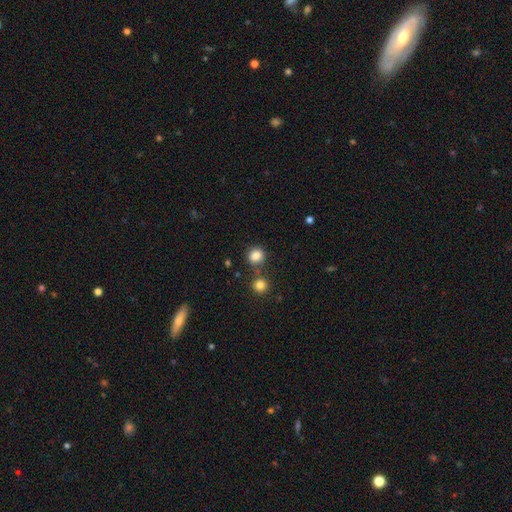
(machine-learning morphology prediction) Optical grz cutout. It shows a smooth galaxy with no disk features (84%) that is round (79%). Merging: none (76%).